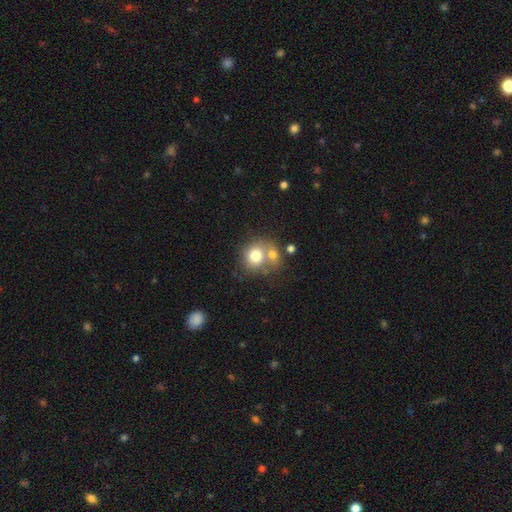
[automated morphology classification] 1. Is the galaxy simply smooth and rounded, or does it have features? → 75% smooth, 14% featured or disk, 10% star or artifact.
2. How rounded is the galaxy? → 77% round, 22% in between, 1% cigar-shaped.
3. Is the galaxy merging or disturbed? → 44% merger, 40% none, 10% minor disturbance, 5% major disturbance.